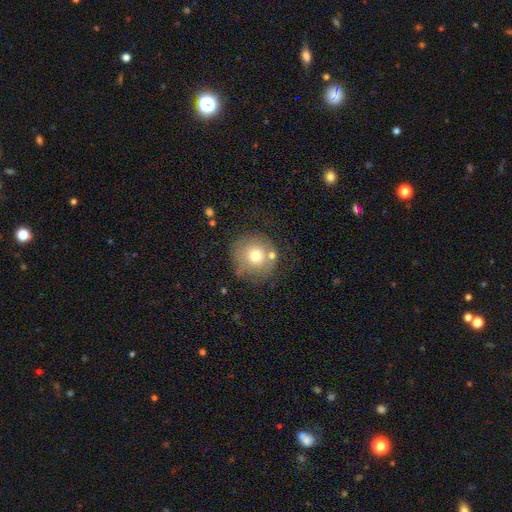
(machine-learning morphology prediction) Smooth or featured? smooth (68%)
How rounded? round (93%)
Merging? none (70%)